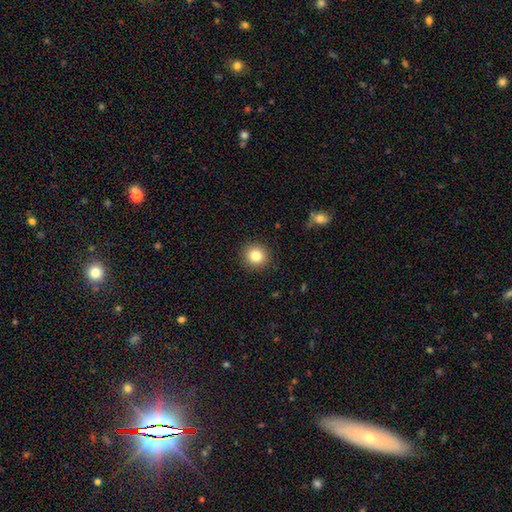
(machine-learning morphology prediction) smooth-or-featured: smooth: 82% | star or artifact: 11% | featured or disk: 7%
  how-rounded: round: 91% | in between: 8% | cigar-shaped: 1%
  merging: none: 91% | minor disturbance: 6% | major disturbance: 2% | merger: 1%